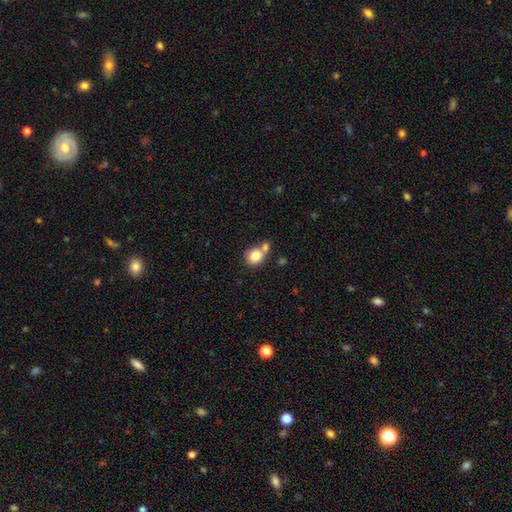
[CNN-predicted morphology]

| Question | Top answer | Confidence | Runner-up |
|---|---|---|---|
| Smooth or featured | smooth | 82% | star or artifact (9%) |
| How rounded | round | 76% | in between (23%) |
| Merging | none | 45% | merger (40%) |